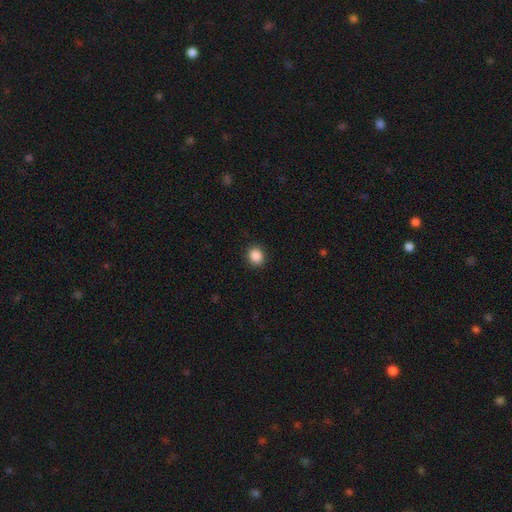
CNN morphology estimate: A smooth galaxy with no disk features (88%) that is round (72%).

Vote fractions:
- Smooth or featured? smooth: 88% / star or artifact: 9% / featured or disk: 3%
- How rounded? round: 72% / in between: 27% / cigar-shaped: 1%
- Merging? none: 91% / minor disturbance: 6% / major disturbance: 2% / merger: 1%